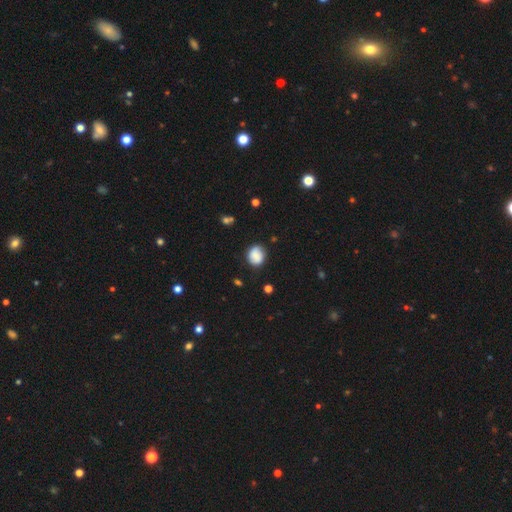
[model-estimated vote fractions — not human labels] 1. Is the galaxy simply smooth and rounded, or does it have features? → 77% smooth, 14% featured or disk, 9% star or artifact.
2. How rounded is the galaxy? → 62% round, 37% in between, 1% cigar-shaped.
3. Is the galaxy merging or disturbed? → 74% none, 19% minor disturbance, 5% major disturbance, 2% merger.